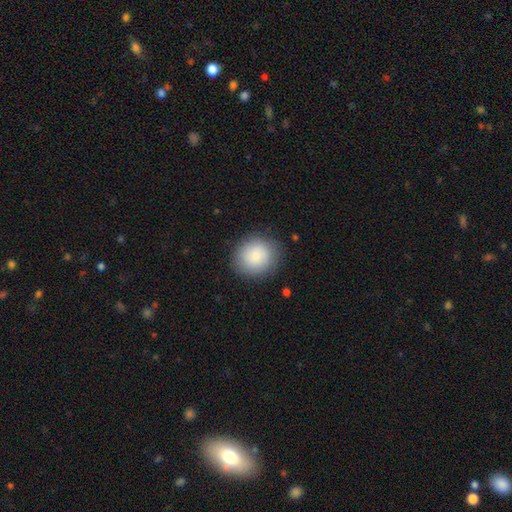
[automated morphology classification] smooth-or-featured: smooth: 86% | featured or disk: 7% | star or artifact: 7%
  how-rounded: round: 86% | in between: 13% | cigar-shaped: 1%
  merging: none: 85% | minor disturbance: 10% | major disturbance: 3% | merger: 1%